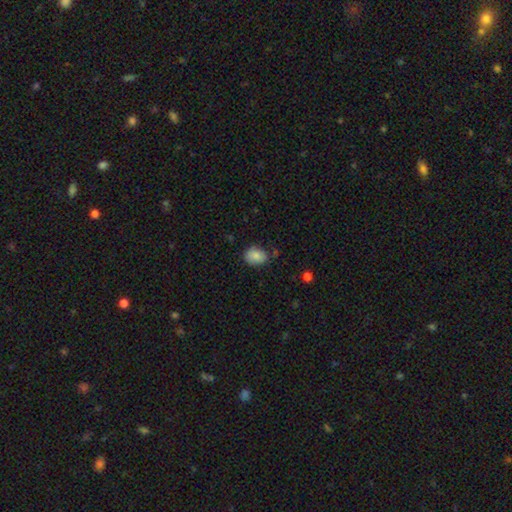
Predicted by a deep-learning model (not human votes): smooth 82%, featured or disk 9%, star or artifact 9%. Down the decision tree: how rounded — in between (64%); merging — none (73%).